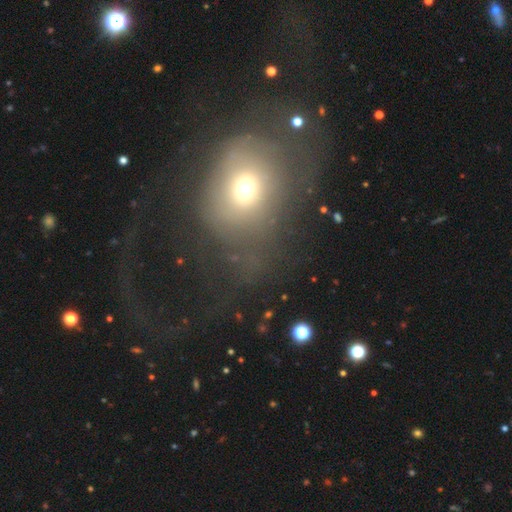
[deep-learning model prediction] Morphology: type=smooth (52%); roundness=round (63%); merging=major disturbance (58%).